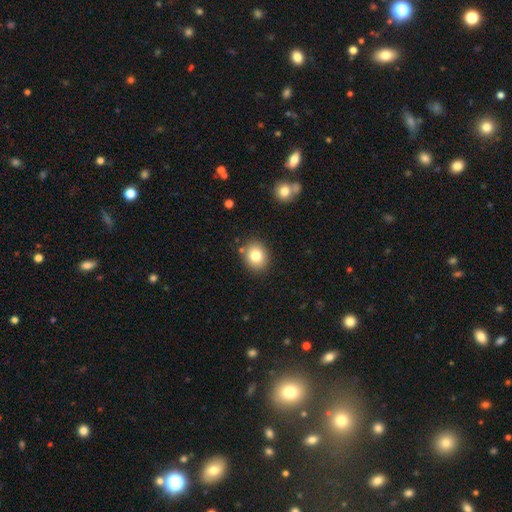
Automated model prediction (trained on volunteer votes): Q: Smooth or featured?
A: smooth (81%); runner-up: star or artifact (10%)
Q: How rounded?
A: round (64%); runner-up: in between (36%)
Q: Merging?
A: none (85%); runner-up: minor disturbance (9%)